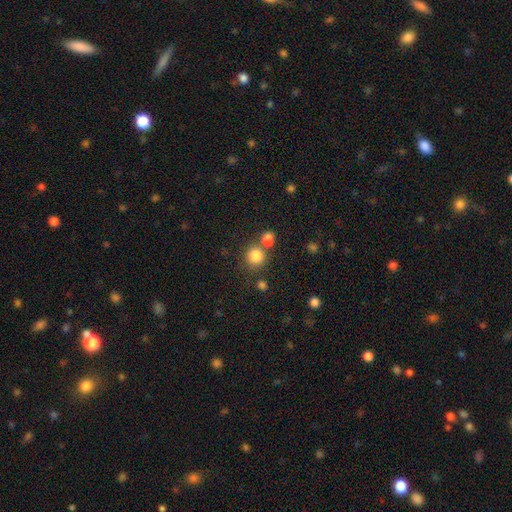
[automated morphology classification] A smooth galaxy with no disk features (83%) that is round (87%).

Vote fractions:
- Smooth or featured? smooth: 83% / star or artifact: 11% / featured or disk: 6%
- How rounded? round: 87% / in between: 12% / cigar-shaped: 1%
- Merging? none: 59% / merger: 28% / minor disturbance: 9% / major disturbance: 4%